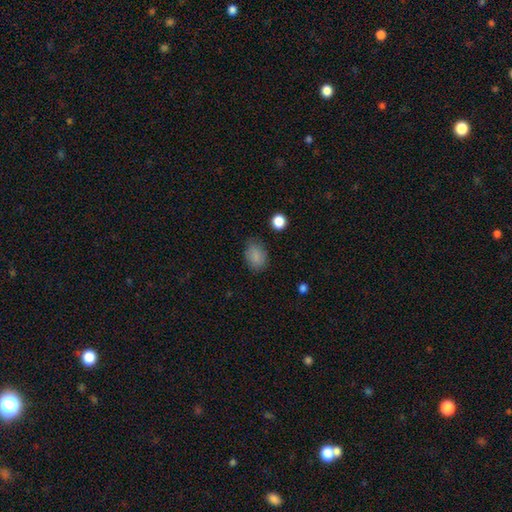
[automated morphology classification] Smooth or featured?
  - smooth: 85% *
  - star or artifact: 9%
  - featured or disk: 5%
How rounded?
  - in between: 72% *
  - round: 27%
  - cigar-shaped: 1%
Merging?
  - none: 75% *
  - minor disturbance: 19%
  - major disturbance: 5%
  - merger: 2%